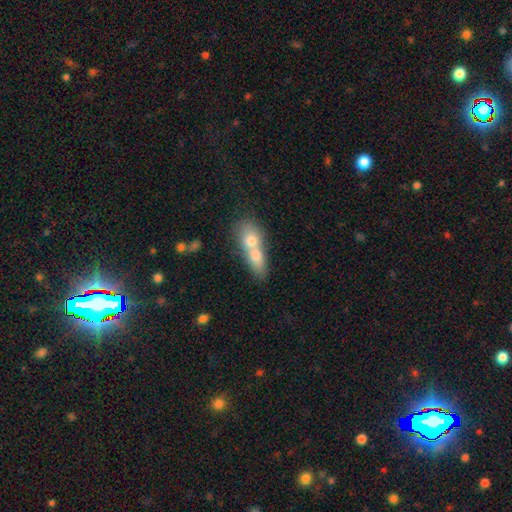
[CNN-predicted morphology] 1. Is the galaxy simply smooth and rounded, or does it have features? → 67% smooth, 26% featured or disk, 7% star or artifact.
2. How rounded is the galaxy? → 60% in between, 22% round, 19% cigar-shaped.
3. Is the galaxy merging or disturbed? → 78% merger, 14% none, 5% minor disturbance, 3% major disturbance.